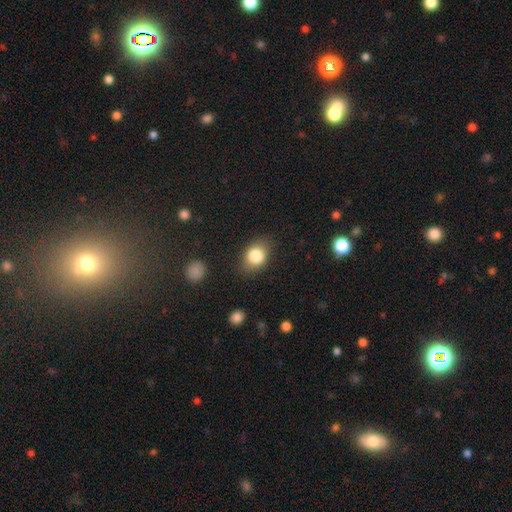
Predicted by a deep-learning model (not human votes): Morphology: type=smooth (82%); roundness=in between (60%); merging=none (79%).